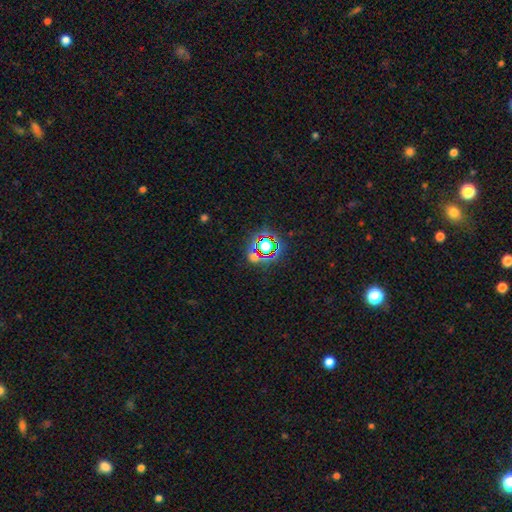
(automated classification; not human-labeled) Smooth or featured?
  - star or artifact: 74% *
  - smooth: 16%
  - featured or disk: 10%